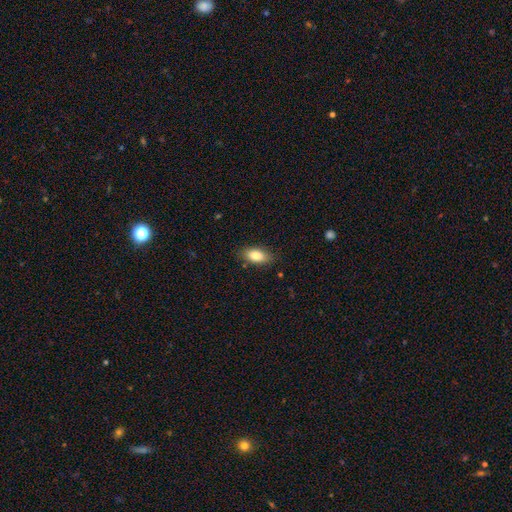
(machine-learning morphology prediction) Smooth or featured?
  - smooth: 84% *
  - featured or disk: 8%
  - star or artifact: 7%
How rounded?
  - in between: 88% *
  - cigar-shaped: 8%
  - round: 4%
Merging?
  - none: 84% *
  - minor disturbance: 12%
  - major disturbance: 3%
  - merger: 1%